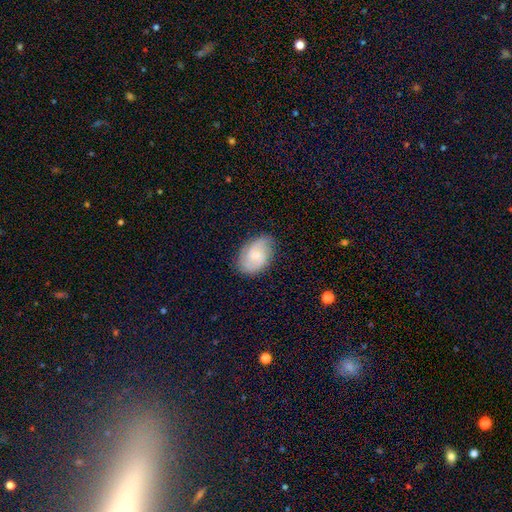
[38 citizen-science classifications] A featured or disk galaxy (63%) with no bar (57%), 2 (59%) tight (45%) spiral arms (96%) and a small central bulge (70%). Merging: none (81%).